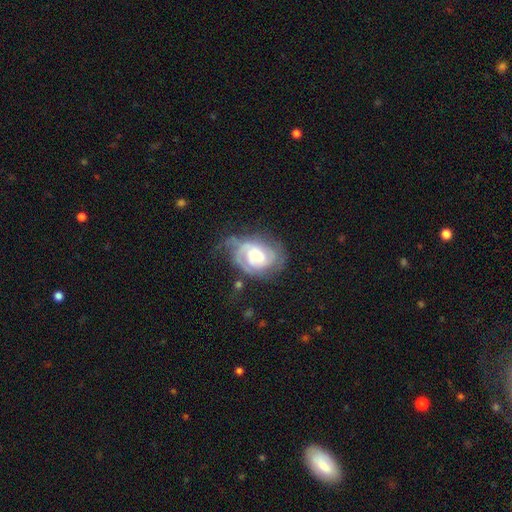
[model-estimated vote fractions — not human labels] featured or disk 80%, smooth 14%, star or artifact 6%. Down the decision tree: edge-on disk — no (97%); bar — no (57%); spiral arms — yes (93%); spiral arm count — 2 (44%); spiral winding — tight (57%); bulge size — moderate (47%); merging — none (49%).